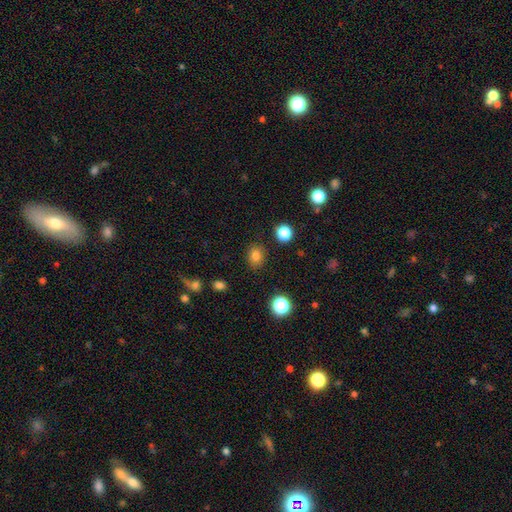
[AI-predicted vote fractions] Smooth or featured? Predicted: smooth (p=0.80). How rounded? Predicted: round (p=0.56). Merging? Predicted: none (p=0.87).